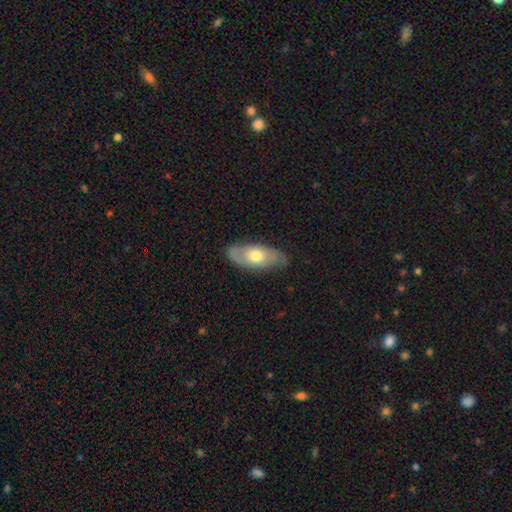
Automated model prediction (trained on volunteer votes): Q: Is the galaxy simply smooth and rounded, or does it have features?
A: featured or disk — 48%.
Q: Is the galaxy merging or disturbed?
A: none — 77%.